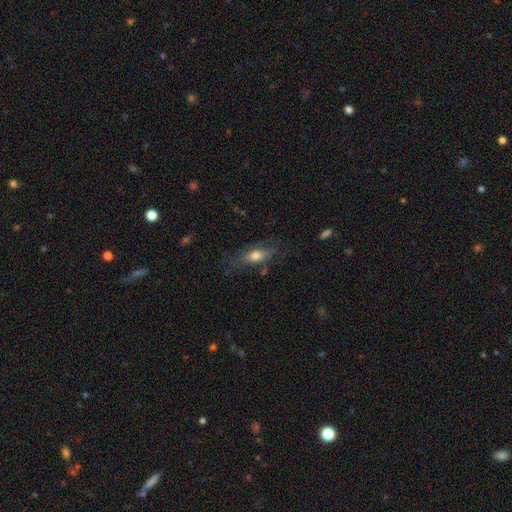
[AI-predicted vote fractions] This appears to be a smooth galaxy with no disk features (63%) that is in between round and cigar-shaped (72%). Merging: none (64%).